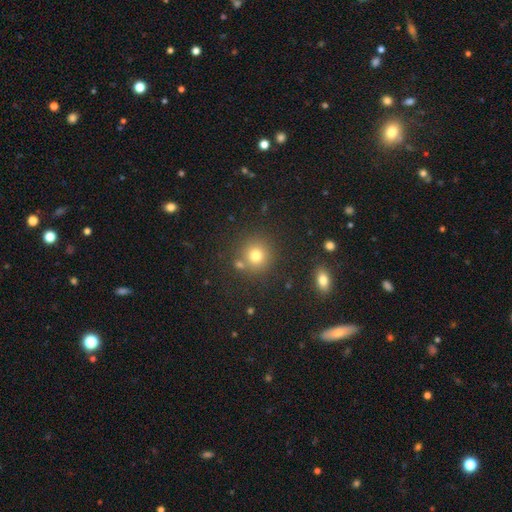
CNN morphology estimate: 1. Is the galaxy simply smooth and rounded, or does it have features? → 77% smooth, 15% star or artifact, 9% featured or disk.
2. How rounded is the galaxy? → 91% round, 8% in between, 1% cigar-shaped.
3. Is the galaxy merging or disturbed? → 77% none, 11% merger, 8% minor disturbance, 3% major disturbance.